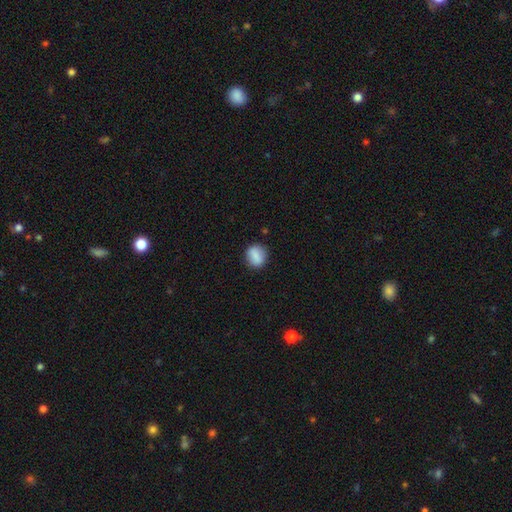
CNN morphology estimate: smooth 82%, featured or disk 10%, star or artifact 8%. Down the decision tree: how rounded — round (63%); merging — none (84%).